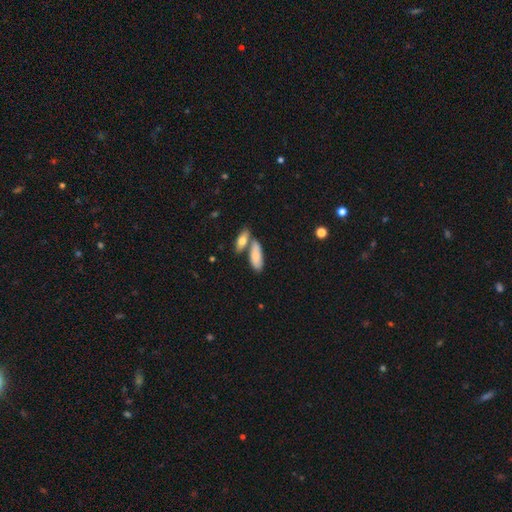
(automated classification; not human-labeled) smooth-or-featured: smooth: 79% | featured or disk: 16% | star or artifact: 6%
  how-rounded: in between: 76% | cigar-shaped: 21% | round: 2%
  merging: none: 47% | merger: 38% | minor disturbance: 12% | major disturbance: 3%